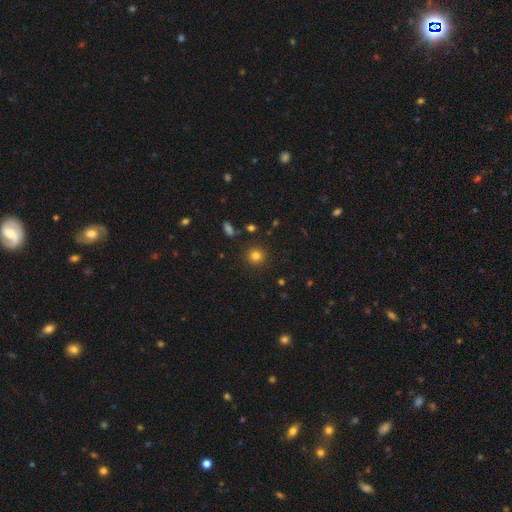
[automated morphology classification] This appears to be a smooth galaxy with no disk features (81%) that is round (92%). Merging: none (90%).